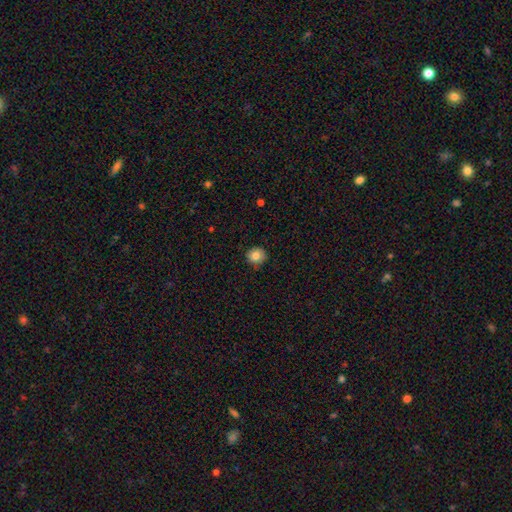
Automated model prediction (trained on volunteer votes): Smooth or featured: smooth — 81% (star or artifact — 9%)
How rounded: round — 88% (in between — 11%)
Merging: none — 86% (minor disturbance — 11%)